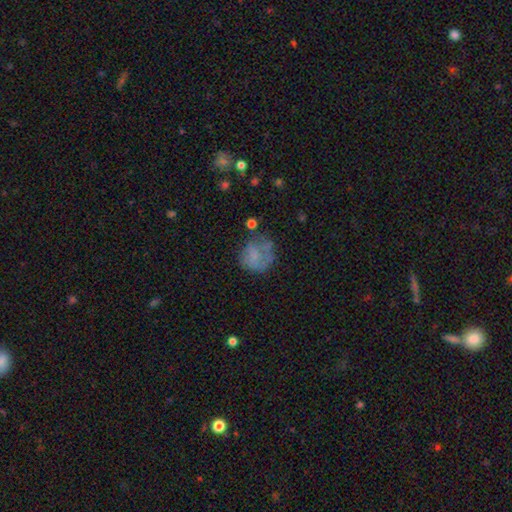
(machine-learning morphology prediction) A smooth galaxy with no disk features (60%) that is round (75%). Merging: none (46%).